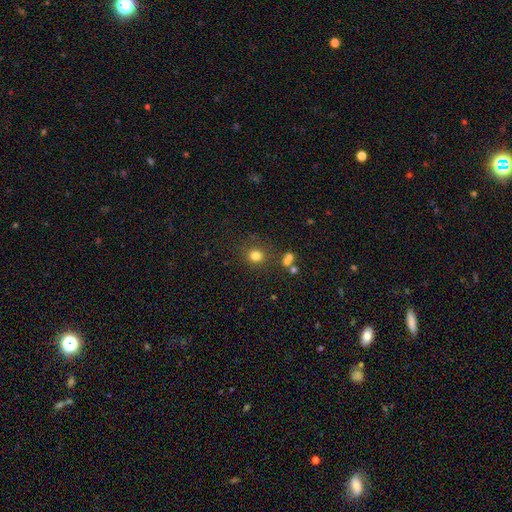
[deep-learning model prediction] smooth-or-featured: smooth: 78% | star or artifact: 15% | featured or disk: 6%
  how-rounded: round: 84% | in between: 15% | cigar-shaped: 1%
  merging: none: 79% | minor disturbance: 10% | merger: 7% | major disturbance: 4%